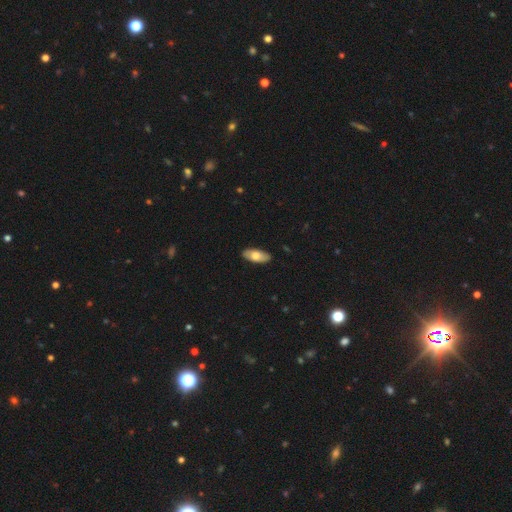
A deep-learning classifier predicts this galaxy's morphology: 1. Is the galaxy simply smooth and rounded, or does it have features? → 68% smooth, 27% featured or disk, 5% star or artifact.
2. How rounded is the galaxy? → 89% in between, 8% cigar-shaped, 2% round.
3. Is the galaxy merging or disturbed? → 88% none, 9% minor disturbance, 2% major disturbance, 1% merger.